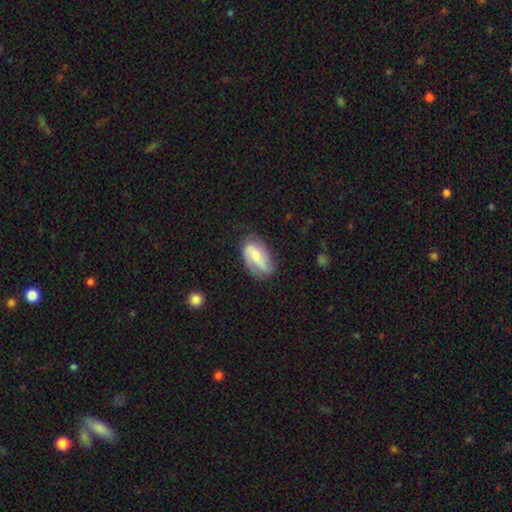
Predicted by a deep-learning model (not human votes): Morphology: type=featured or disk (55%); edge-on=no (93%); bar=no (41%); spiral arms=yes (84%); bulge=small (48%); merging=none (58%).